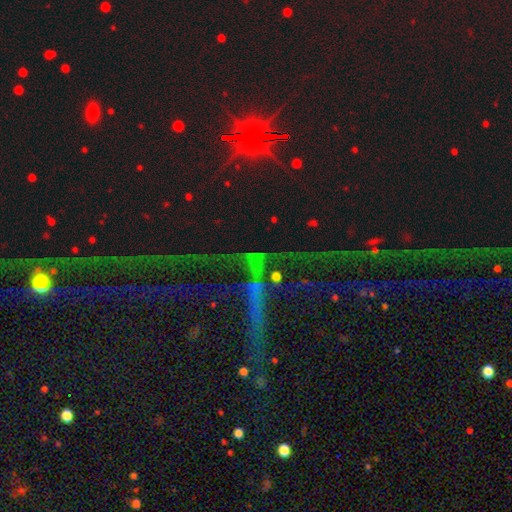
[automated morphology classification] smooth_or_featured: star or artifact (p=0.77) [alt: featured or disk p=0.12]